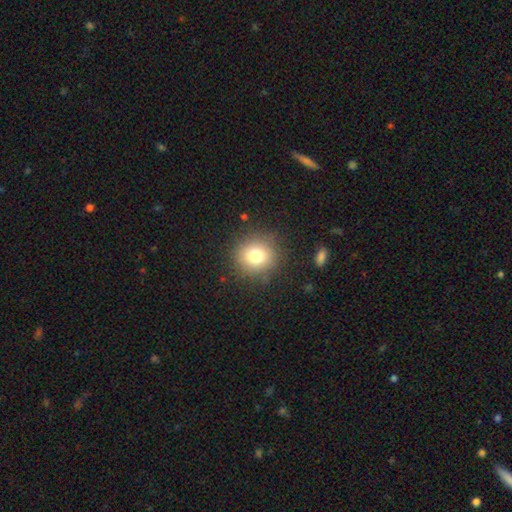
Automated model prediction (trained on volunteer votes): A smooth galaxy with no disk features (78%) that is round (86%). Merging: none (86%).